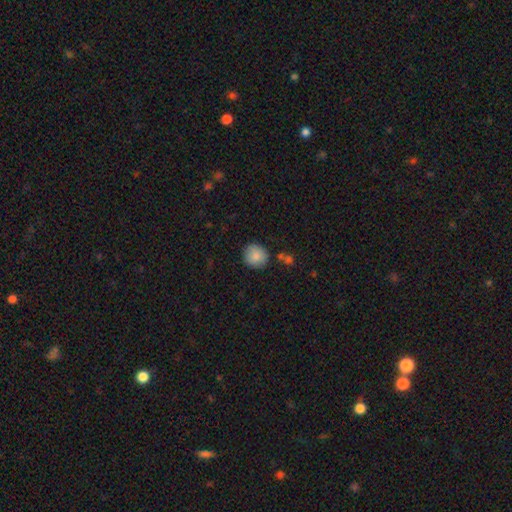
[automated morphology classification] The model was most divided on "merging": none: 82%, minor disturbance: 11%, merger: 4%, major disturbance: 3%. More confident: how rounded — round (89%); smooth or featured — smooth (87%).